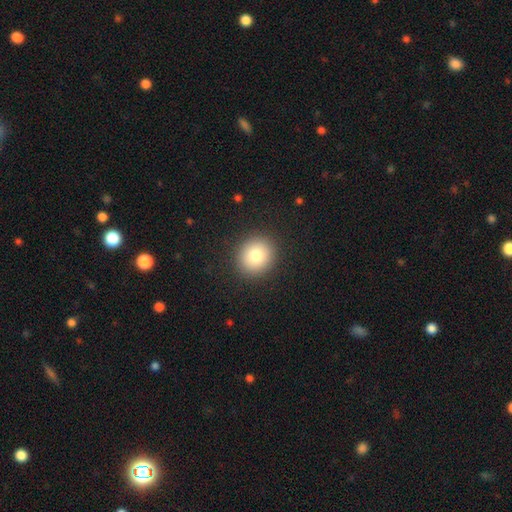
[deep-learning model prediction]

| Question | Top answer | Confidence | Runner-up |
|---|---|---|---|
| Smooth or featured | smooth | 79% | featured or disk (11%) |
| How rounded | round | 86% | in between (13%) |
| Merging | none | 91% | minor disturbance (6%) |